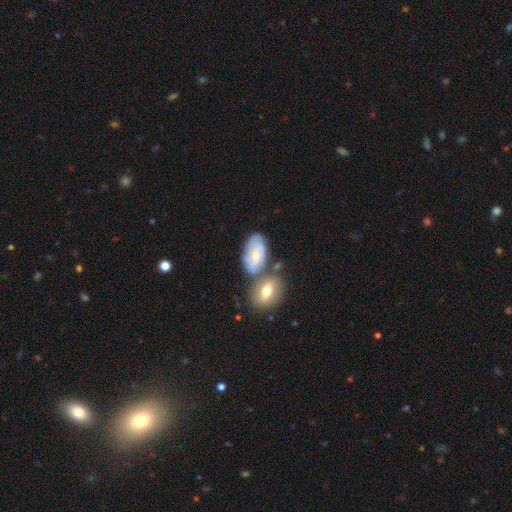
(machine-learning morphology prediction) smooth-or-featured: featured or disk: 53% | smooth: 39% | star or artifact: 8%
  disk-edge-on: no: 94% | yes: 6%
  merging: none: 43% | merger: 33% | minor disturbance: 18% | major disturbance: 6%